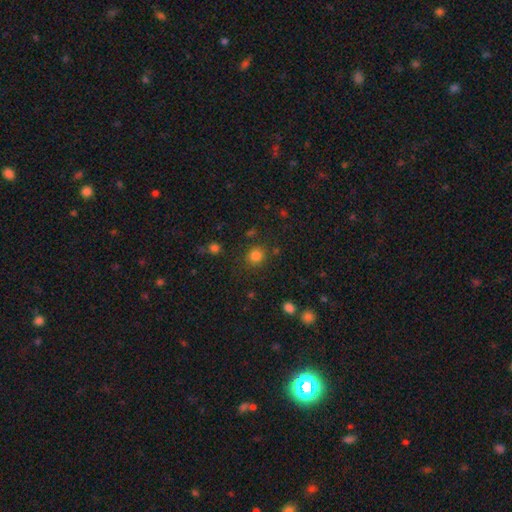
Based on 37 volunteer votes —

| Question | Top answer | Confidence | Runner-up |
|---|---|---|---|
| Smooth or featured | smooth | 92% | featured or disk (8%) |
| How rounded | round | 82% | in between (18%) |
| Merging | none | 86% | minor disturbance (11%) |